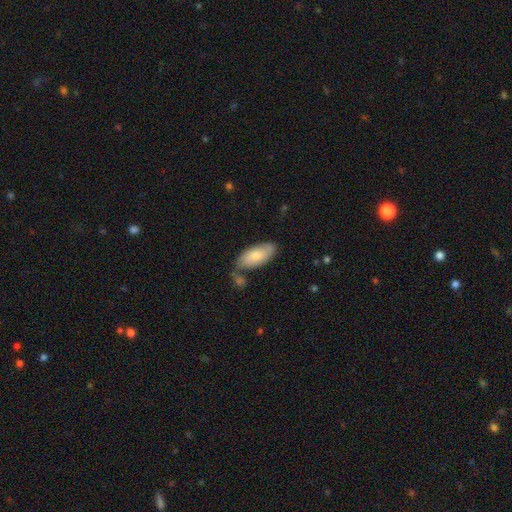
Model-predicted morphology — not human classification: A smooth galaxy with no disk features (74%) that is in between round and cigar-shaped (89%). Merging: none (65%).